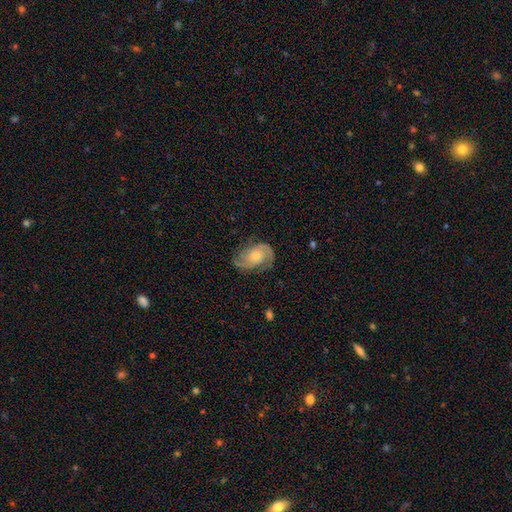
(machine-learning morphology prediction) This is clearly a featured or disk galaxy (81%). It is clearly not viewed edge-on (97%). Bar: likely no (72%). Spiral arm pattern: clearly yes (95%). Spiral arm count: likely 2 (73%). Spiral winding: marginally medium (45%). Central bulge: likely moderate (63%). Merging: likely none (73%).